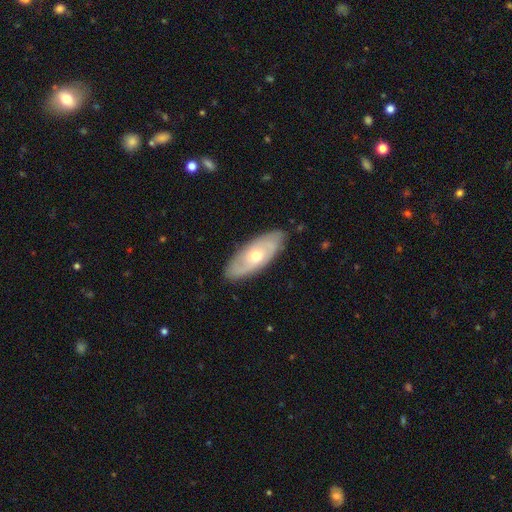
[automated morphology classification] Smooth or featured? featured or disk (53%)
Edge-on disk? no (79%)
Merging? none (82%)